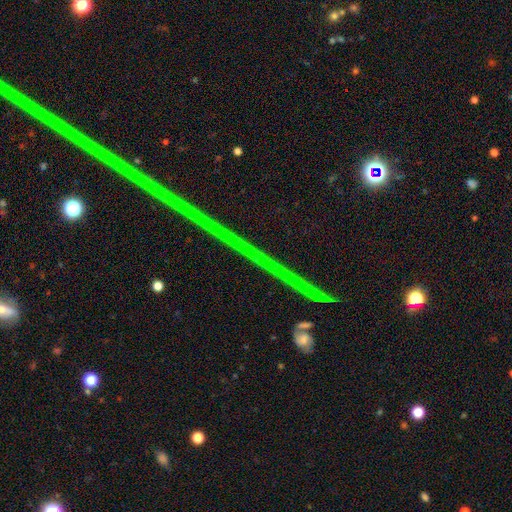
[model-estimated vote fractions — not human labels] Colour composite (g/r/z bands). It shows a star or artifact, not a galaxy (78%).